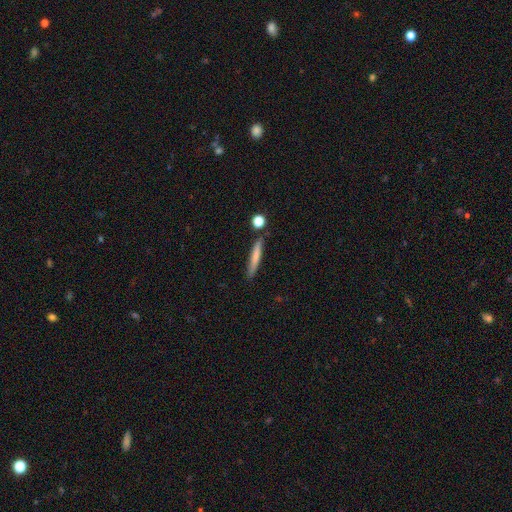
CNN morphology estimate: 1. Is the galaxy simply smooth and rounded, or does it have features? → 72% smooth, 21% featured or disk, 6% star or artifact.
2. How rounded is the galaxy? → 93% cigar-shaped, 5% in between, 2% round.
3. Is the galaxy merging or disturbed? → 81% none, 11% minor disturbance, 5% merger, 3% major disturbance.